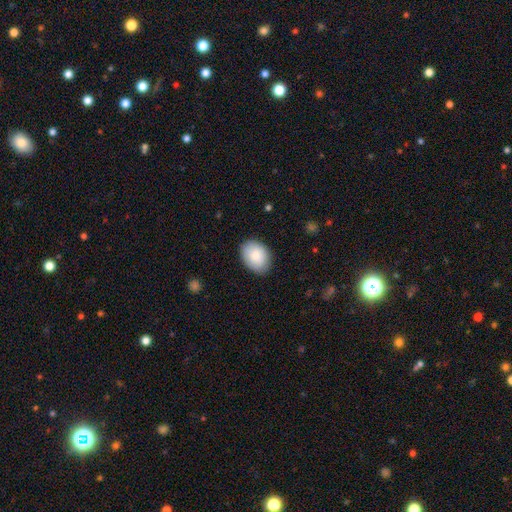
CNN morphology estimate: Smooth or featured?
  - smooth: 86% *
  - featured or disk: 8%
  - star or artifact: 6%
How rounded?
  - in between: 79% *
  - round: 20%
  - cigar-shaped: 1%
Merging?
  - none: 86% *
  - minor disturbance: 11%
  - major disturbance: 2%
  - merger: 1%